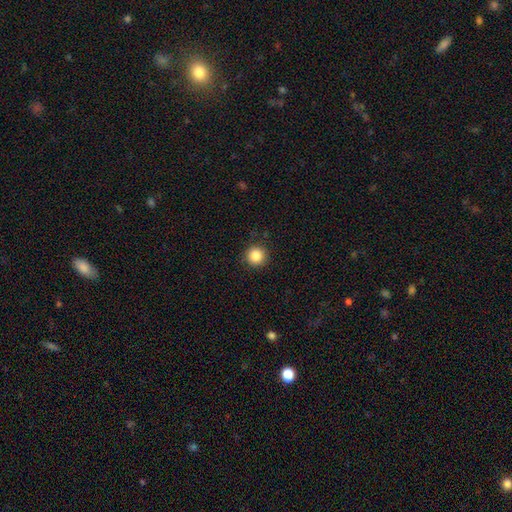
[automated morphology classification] Smooth or featured? smooth (86%)
How rounded? round (95%)
Merging? none (91%)